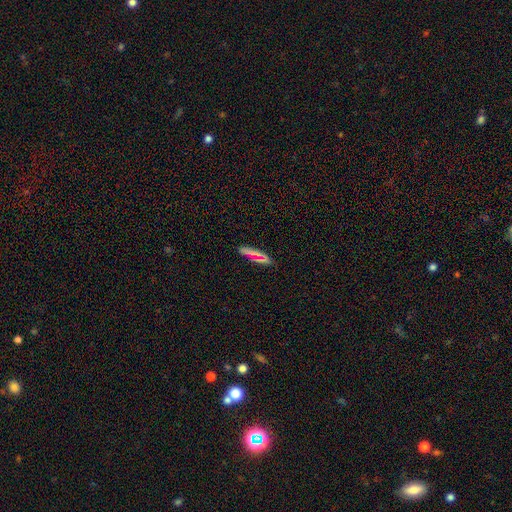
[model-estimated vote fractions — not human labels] Smooth or featured?
  - smooth: 68% *
  - featured or disk: 19%
  - star or artifact: 13%
How rounded?
  - cigar-shaped: 72% *
  - in between: 23%
  - round: 5%
Merging?
  - none: 82% *
  - minor disturbance: 12%
  - major disturbance: 3%
  - merger: 3%